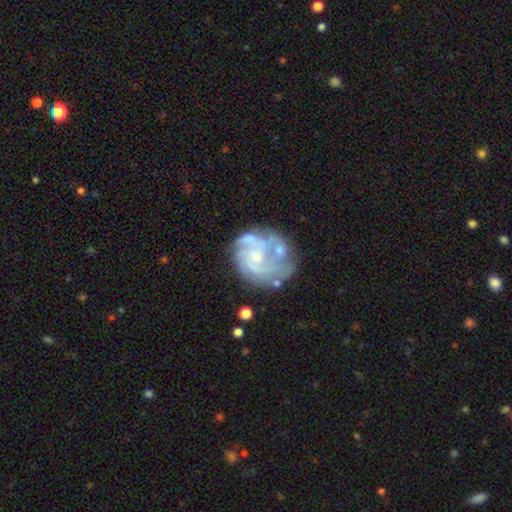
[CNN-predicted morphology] A featured or disk galaxy (81%) with no bar (72%), tight (46%) spiral arms (83%) and a small central bulge (61%). Merging: none (53%).